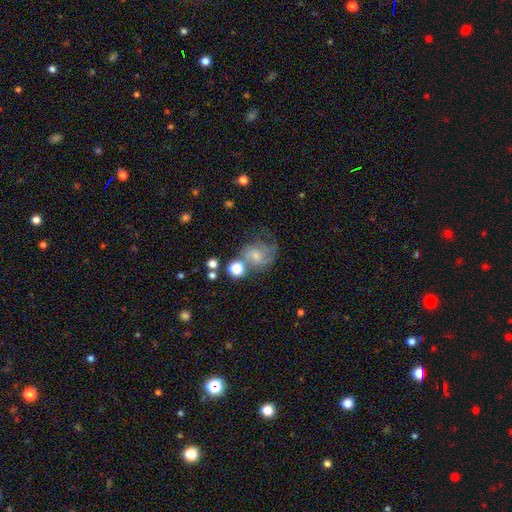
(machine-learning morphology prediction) This is possibly a featured or disk galaxy (56%). It is clearly not viewed edge-on (97%). Bar: possibly no (55%). Spiral arm pattern: clearly yes (83%). Central bulge: possibly small (46%). Merging: possibly none (46%).